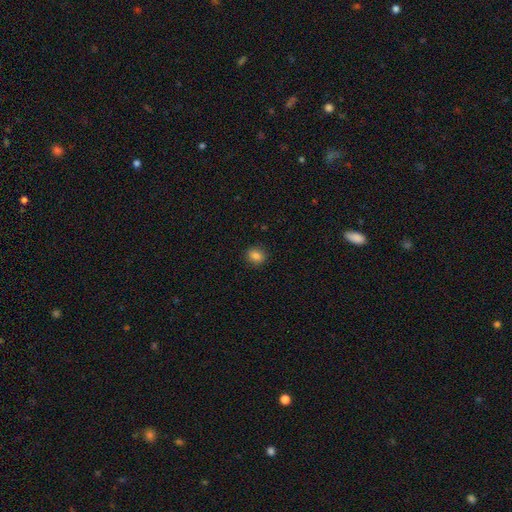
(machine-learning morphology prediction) smooth_or_featured: smooth (p=0.83) [alt: star or artifact p=0.11]
how_rounded: round (p=0.64) [alt: in between p=0.35]
merging: none (p=0.90) [alt: minor disturbance p=0.07]